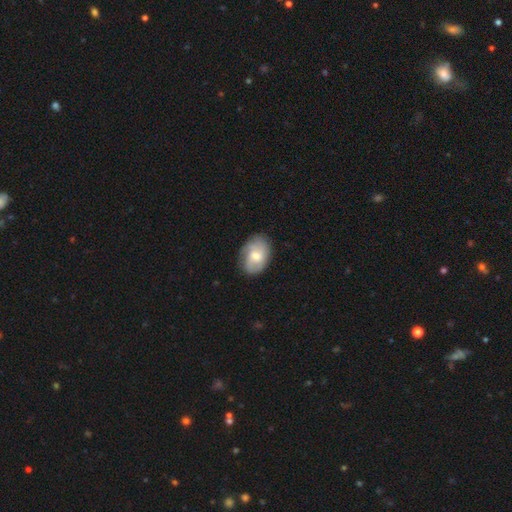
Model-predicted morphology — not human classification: A featured or disk galaxy (58%) with no bar (62%), spiral arms (86%) and a moderate central bulge (62%).

Vote fractions:
- Smooth or featured? featured or disk: 58% / smooth: 35% / star or artifact: 6%
- Edge-on disk? no: 96% / yes: 4%
- Bar? no: 62% / weak: 33% / strong: 5%
- Spiral arms? yes: 86% / no: 14%
- Bulge size? moderate: 62% / small: 30% / large: 5% / none: 2% / dominant: 1%
- Merging? none: 74% / minor disturbance: 19% / major disturbance: 5% / merger: 1%